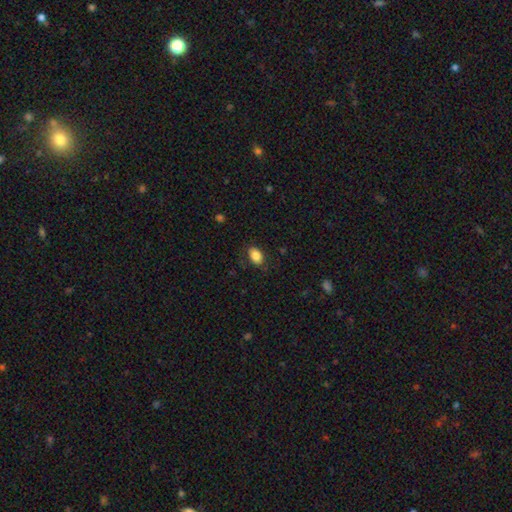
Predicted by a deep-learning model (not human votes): smooth_or_featured: smooth (p=0.85) [alt: star or artifact p=0.08]
how_rounded: in between (p=0.87) [alt: round p=0.11]
merging: none (p=0.82) [alt: minor disturbance p=0.13]